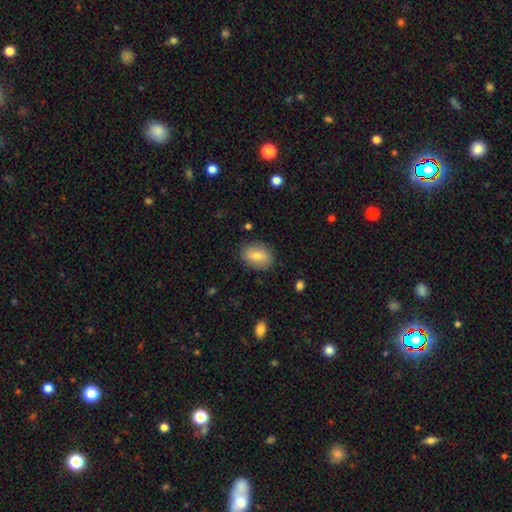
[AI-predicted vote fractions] Smooth or featured? Predicted: smooth (p=0.77). How rounded? Predicted: in between (p=0.81). Merging? Predicted: none (p=0.84).